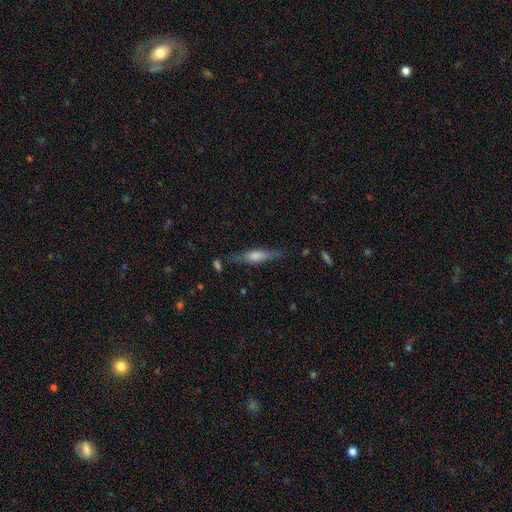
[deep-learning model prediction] This appears to be a featured or disk galaxy (53%) viewed edge-on (93%). Merging: none (77%).